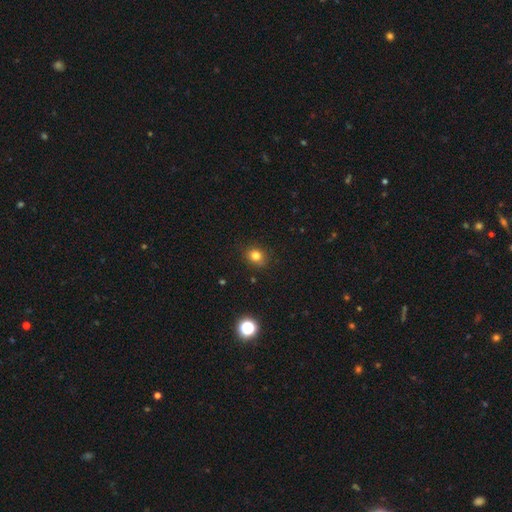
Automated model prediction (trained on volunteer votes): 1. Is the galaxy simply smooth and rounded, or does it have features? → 80% smooth, 14% star or artifact, 6% featured or disk.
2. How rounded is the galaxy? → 68% round, 31% in between, 1% cigar-shaped.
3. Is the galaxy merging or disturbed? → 85% none, 11% minor disturbance, 3% major disturbance, 1% merger.